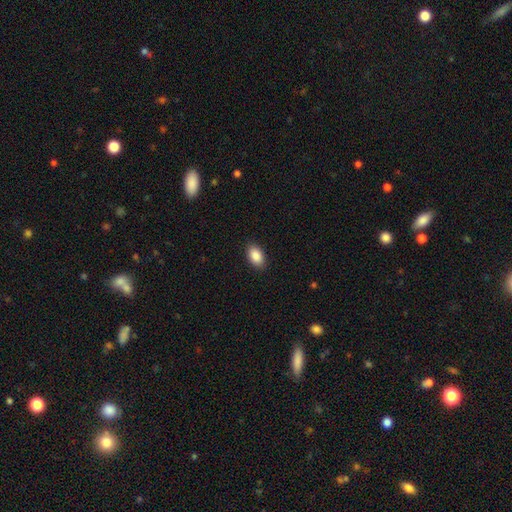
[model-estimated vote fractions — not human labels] This appears to be a smooth galaxy with no disk features (89%) that is in between round and cigar-shaped (92%). Merging: none (89%).